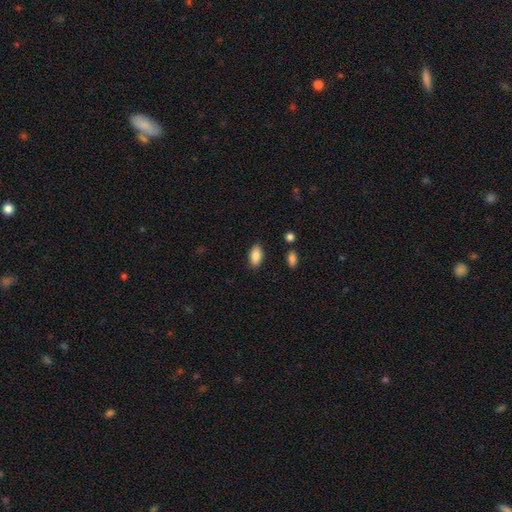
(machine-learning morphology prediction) smooth 88%, star or artifact 7%, featured or disk 5%. Down the decision tree: how rounded — in between (93%); merging — none (87%).